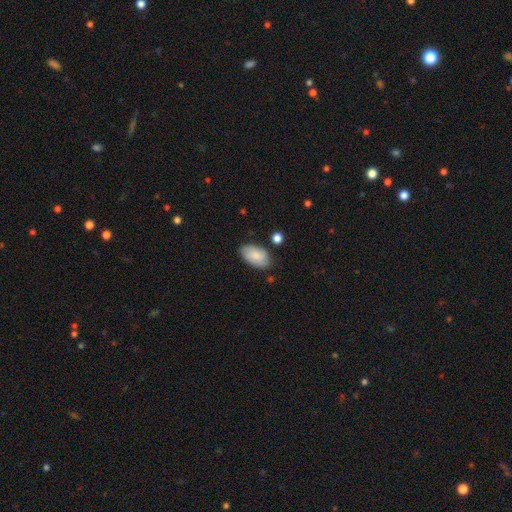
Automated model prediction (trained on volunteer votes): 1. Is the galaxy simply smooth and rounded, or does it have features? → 77% smooth, 17% featured or disk, 7% star or artifact.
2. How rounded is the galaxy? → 94% in between, 5% round, 2% cigar-shaped.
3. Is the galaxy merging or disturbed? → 76% none, 18% minor disturbance, 3% major disturbance, 3% merger.